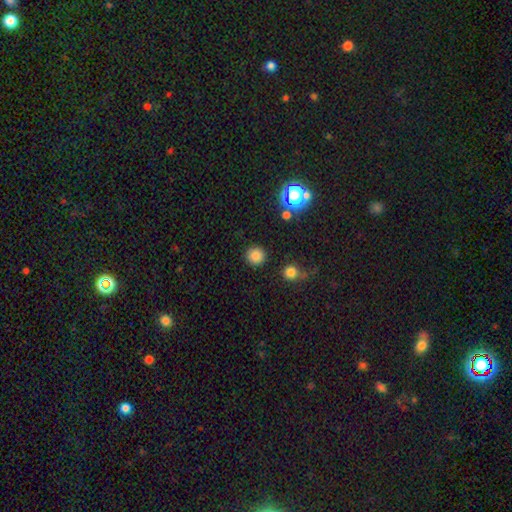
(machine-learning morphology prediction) smooth_or_featured: smooth (p=0.80) [alt: star or artifact p=0.15]
how_rounded: round (p=0.93) [alt: in between p=0.06]
merging: none (p=0.89) [alt: minor disturbance p=0.06]